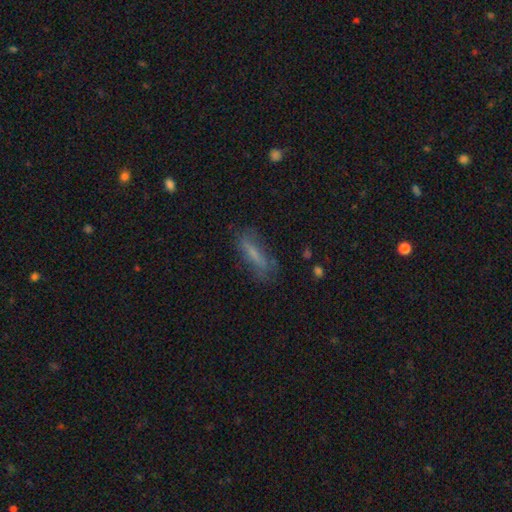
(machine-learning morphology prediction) smooth_or_featured: smooth (p=0.58) [alt: featured or disk p=0.31]
how_rounded: cigar-shaped (p=0.67) [alt: in between p=0.31]
merging: none (p=0.66) [alt: minor disturbance p=0.22]